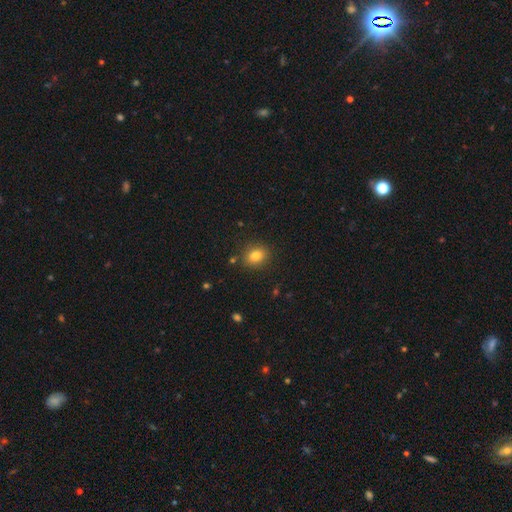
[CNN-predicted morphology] Q: Smooth or featured?
A: smooth (80%); runner-up: star or artifact (12%)
Q: How rounded?
A: round (52%); runner-up: in between (47%)
Q: Merging?
A: none (86%); runner-up: minor disturbance (9%)